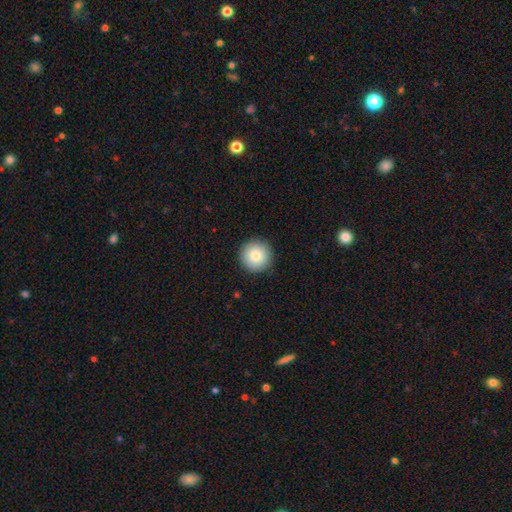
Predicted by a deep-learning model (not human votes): Smooth or featured?
  - smooth: 83% *
  - star or artifact: 9%
  - featured or disk: 8%
How rounded?
  - round: 96% *
  - in between: 3%
  - cigar-shaped: 1%
Merging?
  - none: 92% *
  - minor disturbance: 6%
  - major disturbance: 2%
  - merger: 1%